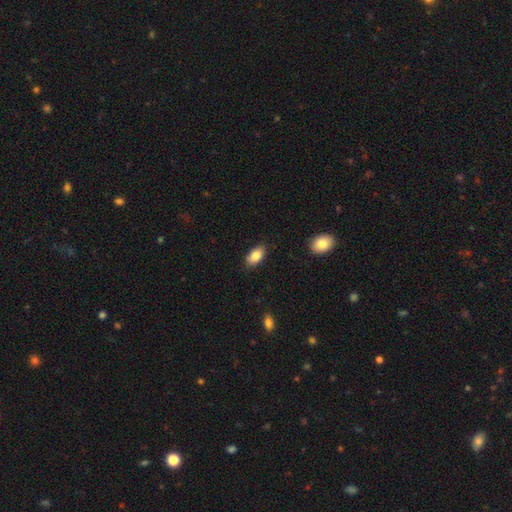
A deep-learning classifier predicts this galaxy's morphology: This is clearly a smooth galaxy (84%). How rounded: clearly in between (92%). Merging: clearly none (85%).